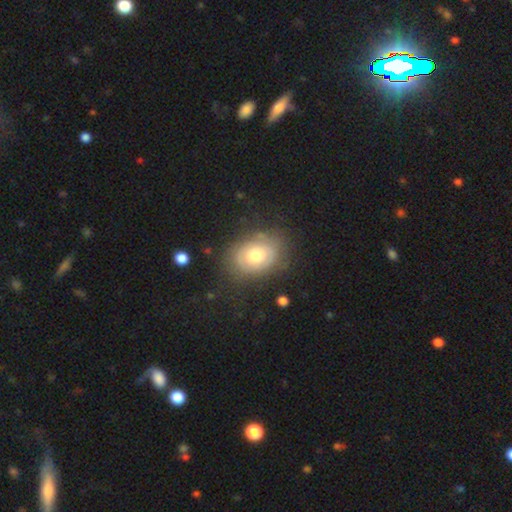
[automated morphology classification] This is possibly a smooth galaxy (48%). Merging: likely none (74%).